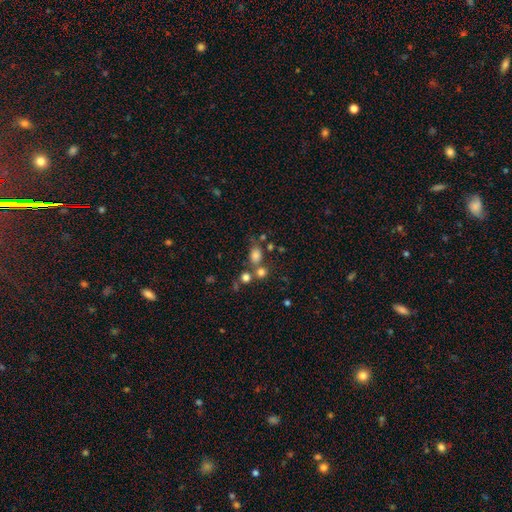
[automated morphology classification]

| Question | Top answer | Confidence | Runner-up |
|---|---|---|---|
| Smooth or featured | smooth | 74% | star or artifact (16%) |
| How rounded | in between | 52% | round (46%) |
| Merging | none | 54% | merger (28%) |